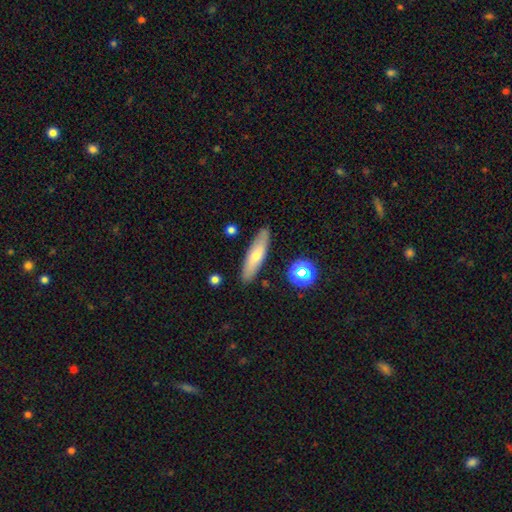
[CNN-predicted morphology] Overall: smooth (65%; featured or disk 28%). How rounded: cigar-shaped (67%; in between 31%). Merging: none (86%).